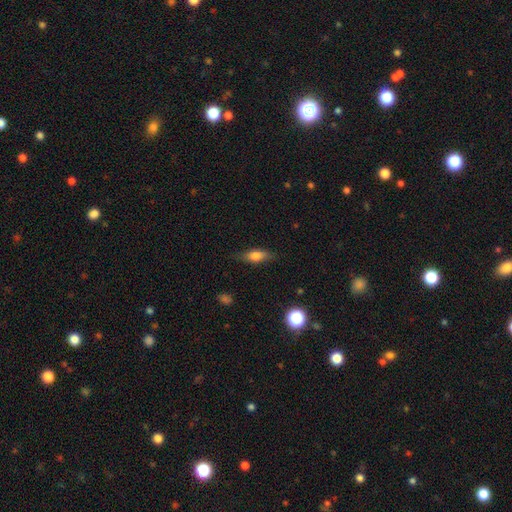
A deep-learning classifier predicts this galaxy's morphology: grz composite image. It shows a smooth galaxy with no disk features (65%) that is in between round and cigar-shaped (61%). Merging: none (80%).